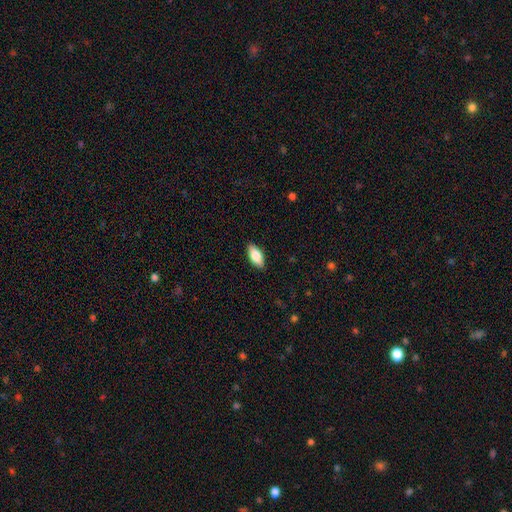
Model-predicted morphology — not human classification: This is likely a smooth galaxy (80%). How rounded: clearly in between (85%). Merging: clearly none (88%).